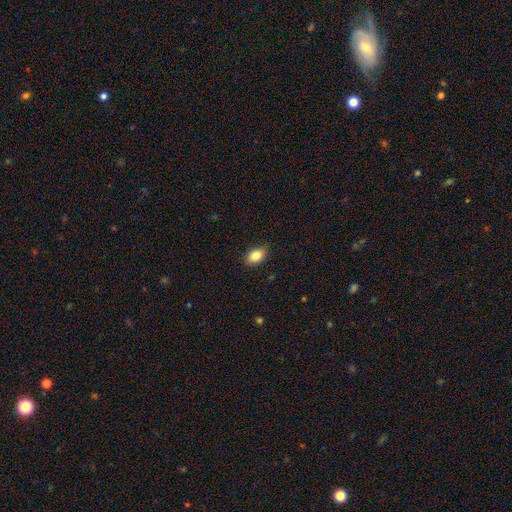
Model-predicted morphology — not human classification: Q: Smooth or featured?
A: smooth (85%); runner-up: star or artifact (8%)
Q: How rounded?
A: in between (84%); runner-up: round (15%)
Q: Merging?
A: none (83%); runner-up: minor disturbance (14%)